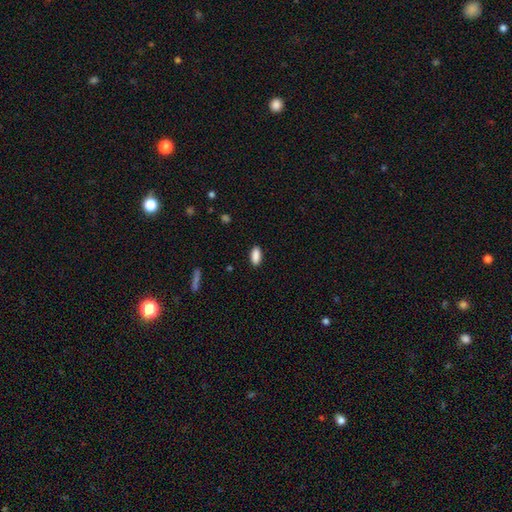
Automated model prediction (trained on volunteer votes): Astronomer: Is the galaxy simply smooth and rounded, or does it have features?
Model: smooth — 89%.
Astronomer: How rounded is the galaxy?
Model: in between — 87%.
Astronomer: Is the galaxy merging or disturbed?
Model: none — 88%.